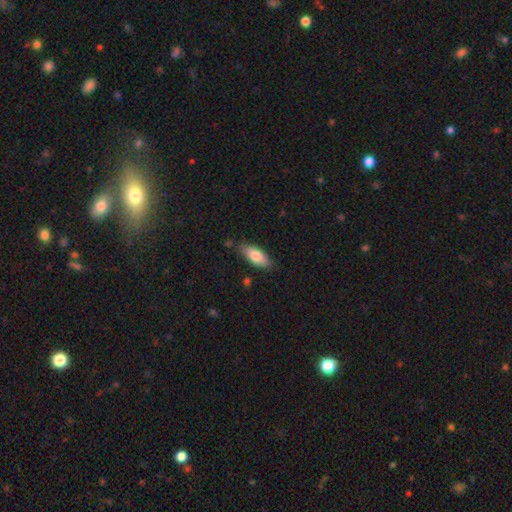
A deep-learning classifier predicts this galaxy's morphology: smooth 81%, featured or disk 13%, star or artifact 6%. Down the decision tree: how rounded — in between (78%); merging — none (79%).